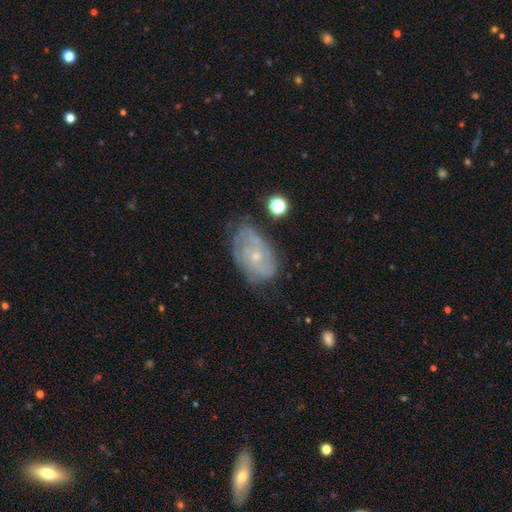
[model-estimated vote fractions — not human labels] Smooth or featured? featured or disk (71%)
Edge-on disk? no (95%)
Bar? no (78%)
Spiral arms? yes (80%)
Spiral winding? tight (54%)
Spiral arm count? can't tell (46%)
Bulge size? small (68%)
Merging? none (59%)